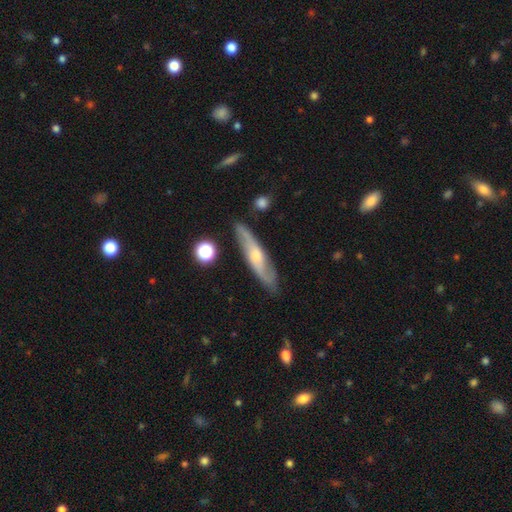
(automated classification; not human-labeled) The model was most divided on "edge-on disk": no: 57%, yes: 43%. More confident: merging — none (82%); smooth or featured — featured or disk (69%).